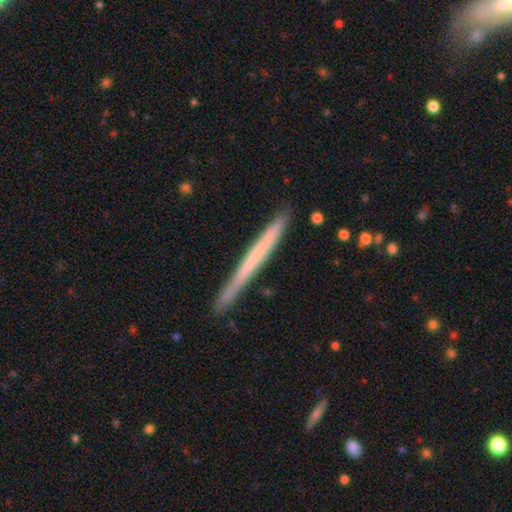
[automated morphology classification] A smooth galaxy with no disk features (51%) that is cigar-shaped (98%).

Vote fractions:
- Smooth or featured? smooth: 51% / featured or disk: 43% / star or artifact: 6%
- How rounded? cigar-shaped: 98% / in between: 1% / round: 1%
- Merging? none: 88% / minor disturbance: 10% / major disturbance: 1% / merger: 1%